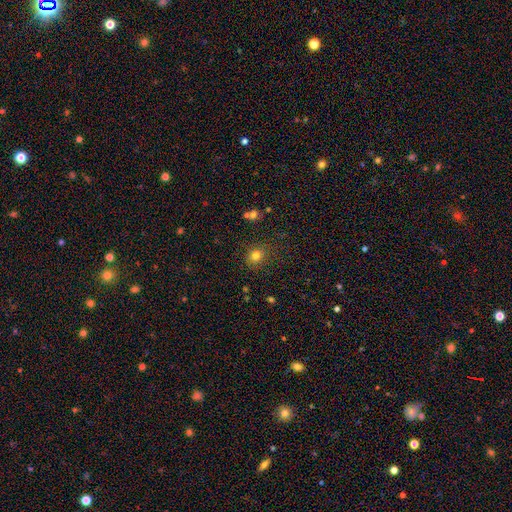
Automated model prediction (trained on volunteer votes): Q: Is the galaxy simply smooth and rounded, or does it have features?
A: smooth — 78%.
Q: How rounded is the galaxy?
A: round — 71%.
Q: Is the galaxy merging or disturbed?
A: none — 82%.